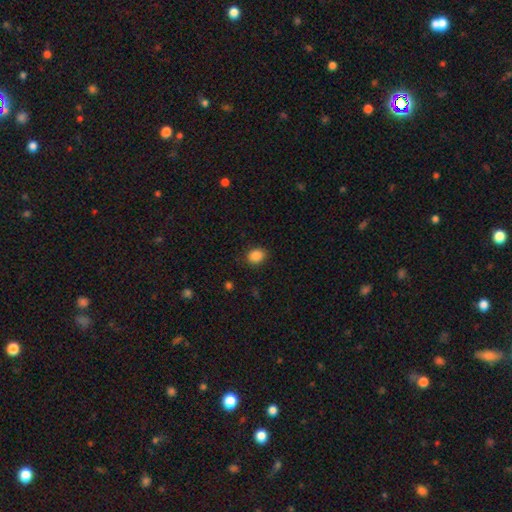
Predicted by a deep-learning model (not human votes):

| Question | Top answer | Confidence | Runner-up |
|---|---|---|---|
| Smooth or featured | smooth | 86% | star or artifact (10%) |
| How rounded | round | 55% | in between (44%) |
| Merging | none | 84% | minor disturbance (11%) |